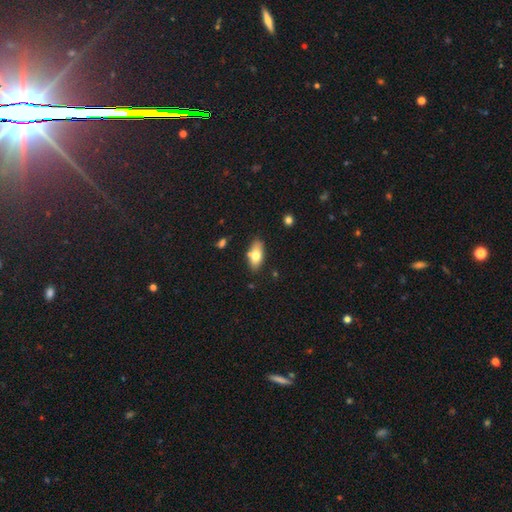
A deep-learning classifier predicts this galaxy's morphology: Smooth or featured: smooth — 73% (featured or disk — 19%)
How rounded: in between — 87% (cigar-shaped — 9%)
Merging: none — 74% (minor disturbance — 15%)